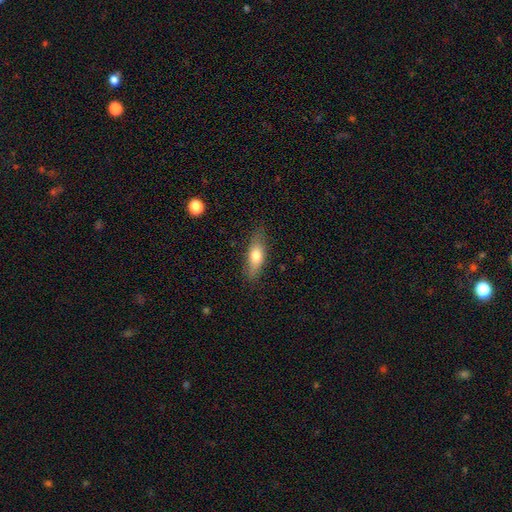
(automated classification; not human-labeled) smooth_or_featured: smooth (p=0.70) [alt: featured or disk p=0.23]
how_rounded: in between (p=0.61) [alt: cigar-shaped p=0.35]
merging: none (p=0.81) [alt: minor disturbance p=0.15]